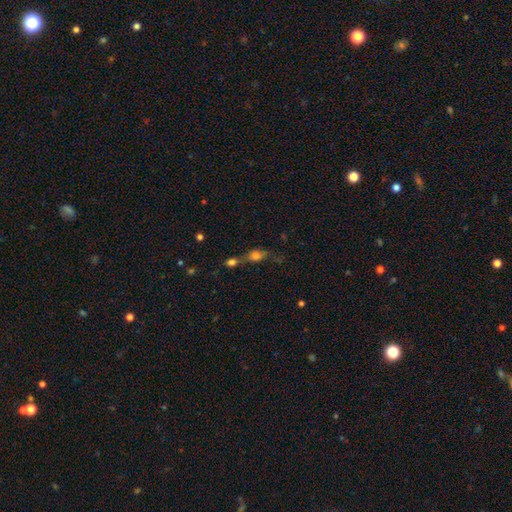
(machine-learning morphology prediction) A smooth galaxy with no disk features (64%) that is in between round and cigar-shaped (56%). Merging: merger (57%).